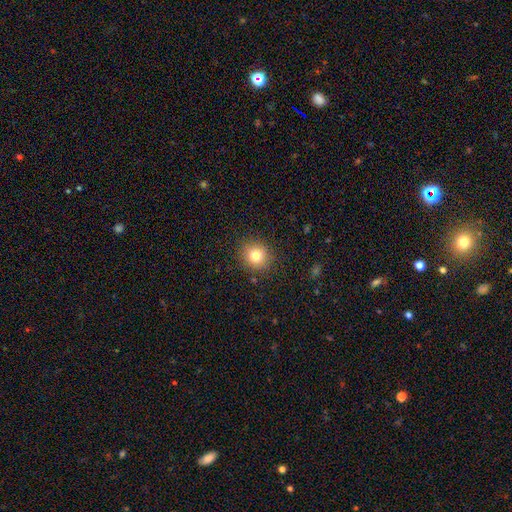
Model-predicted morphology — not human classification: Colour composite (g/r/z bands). It shows a smooth galaxy with no disk features (78%) that is round (88%). Merging: none (89%).